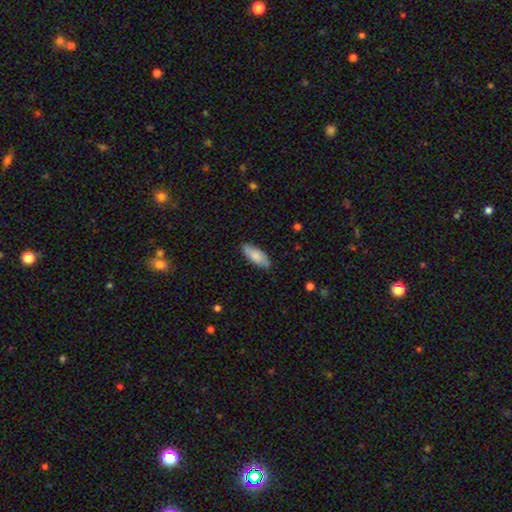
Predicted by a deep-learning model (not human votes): A smooth galaxy with no disk features (81%) that is in between round and cigar-shaped (77%). Merging: none (84%).